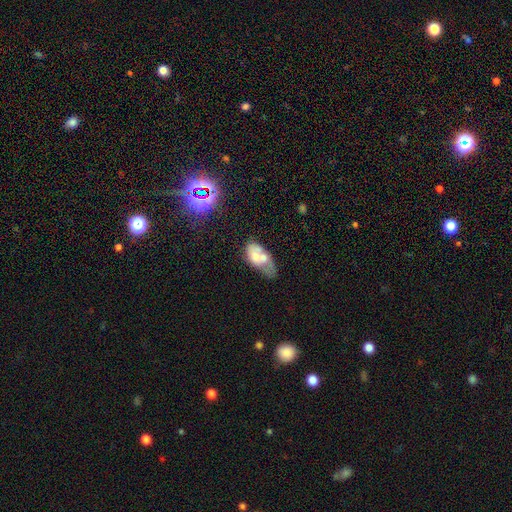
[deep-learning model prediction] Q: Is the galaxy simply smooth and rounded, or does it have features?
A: smooth — 52%.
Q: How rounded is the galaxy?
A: in between — 87%.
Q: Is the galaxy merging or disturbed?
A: merger — 49%.